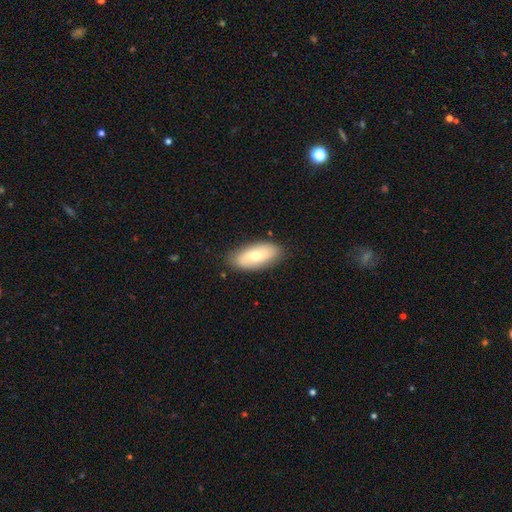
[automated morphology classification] Smooth or featured: smooth — 61% (featured or disk — 33%)
How rounded: in between — 88% (cigar-shaped — 9%)
Merging: none — 85% (minor disturbance — 12%)